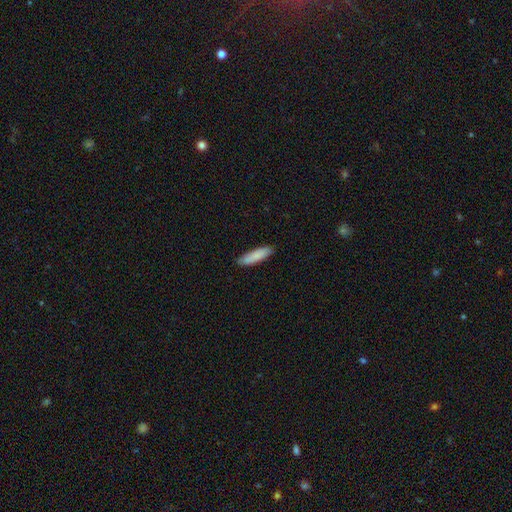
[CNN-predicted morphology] A smooth galaxy with no disk features (85%) that is cigar-shaped (67%). Merging: none (87%).